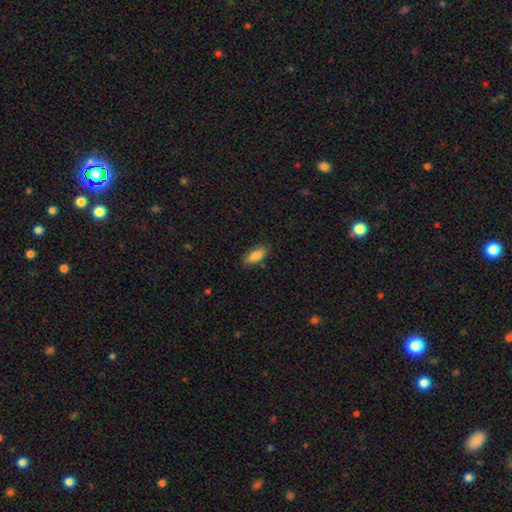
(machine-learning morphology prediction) Smooth or featured? smooth (84%)
How rounded? in between (85%)
Merging? none (81%)